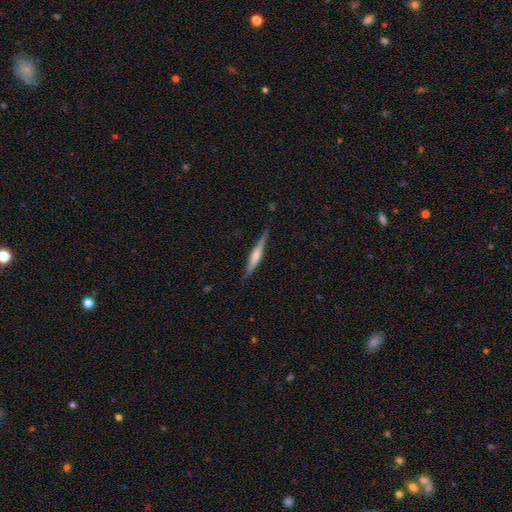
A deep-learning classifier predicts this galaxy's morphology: A featured or disk galaxy (51%) viewed edge-on (97%).

Vote fractions:
- Smooth or featured? featured or disk: 51% / smooth: 44% / star or artifact: 6%
- Edge-on disk? yes: 97% / no: 3%
- Merging? none: 85% / minor disturbance: 12% / major disturbance: 2% / merger: 1%